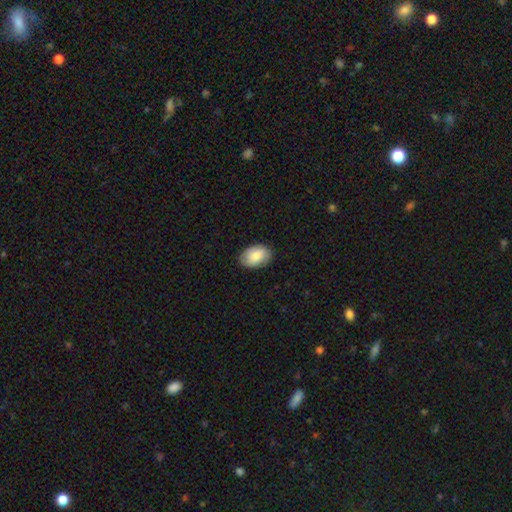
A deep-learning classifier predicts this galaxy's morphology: Smooth or featured? smooth (81%)
How rounded? in between (88%)
Merging? none (85%)